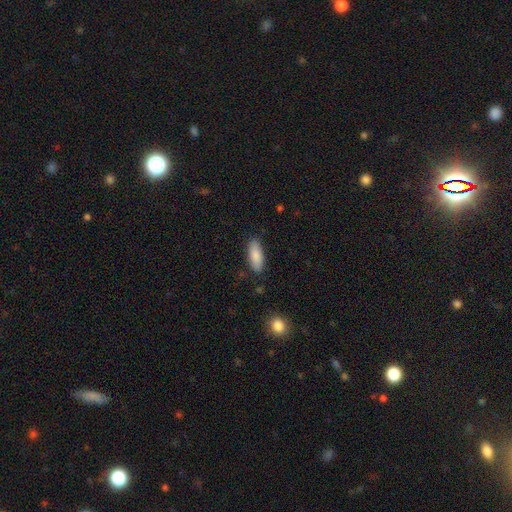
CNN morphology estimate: type=smooth (86%); roundness=in between (73%); merging=none (86%).